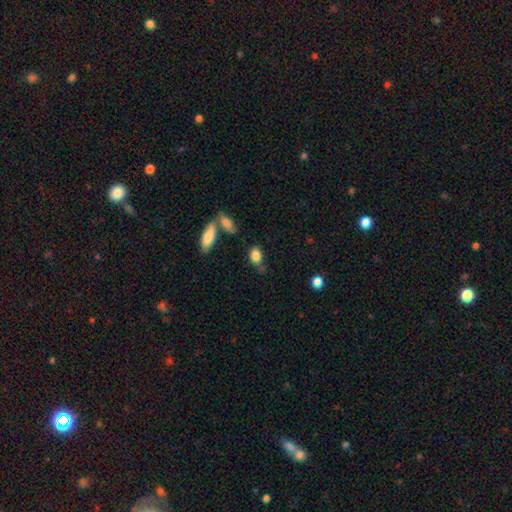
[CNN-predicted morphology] smooth-or-featured: smooth: 85% | star or artifact: 8% | featured or disk: 7%
  how-rounded: in between: 81% | round: 15% | cigar-shaped: 4%
  merging: none: 59% | minor disturbance: 23% | merger: 12% | major disturbance: 7%